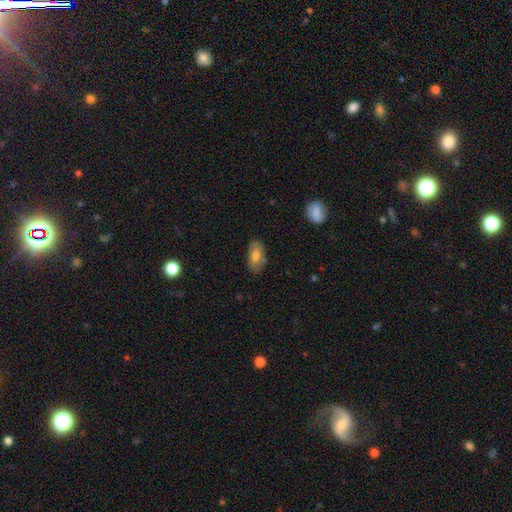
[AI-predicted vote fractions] A smooth galaxy with no disk features (71%) that is in between round and cigar-shaped (92%).

Vote fractions:
- Smooth or featured? smooth: 71% / featured or disk: 22% / star or artifact: 7%
- How rounded? in between: 92% / round: 4% / cigar-shaped: 4%
- Merging? none: 75% / minor disturbance: 19% / major disturbance: 4% / merger: 2%